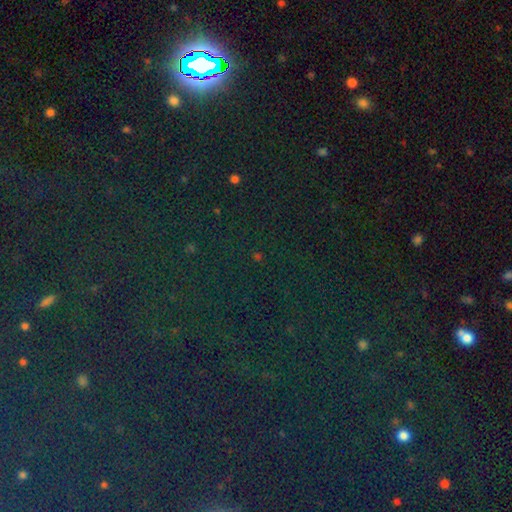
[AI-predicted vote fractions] Q: Smooth or featured?
A: star or artifact (81%); runner-up: smooth (12%)